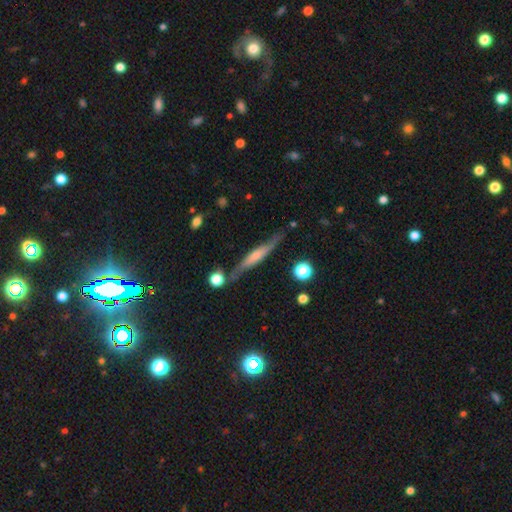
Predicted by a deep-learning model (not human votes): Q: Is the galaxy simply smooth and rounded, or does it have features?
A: featured or disk — 57%.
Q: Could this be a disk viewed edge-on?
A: yes — 85%.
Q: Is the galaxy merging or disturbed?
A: none — 68%.